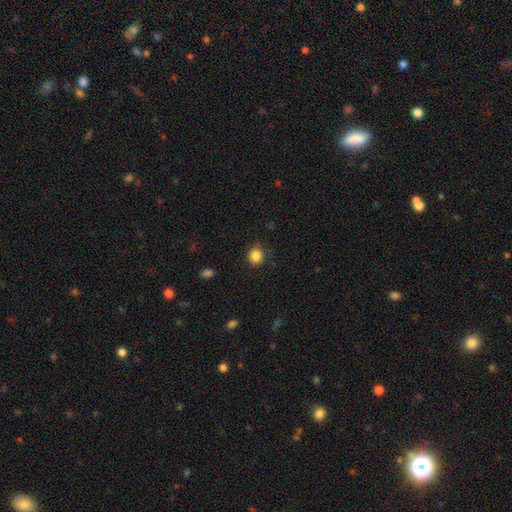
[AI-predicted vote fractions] Smooth or featured? smooth (85%)
How rounded? round (78%)
Merging? none (82%)